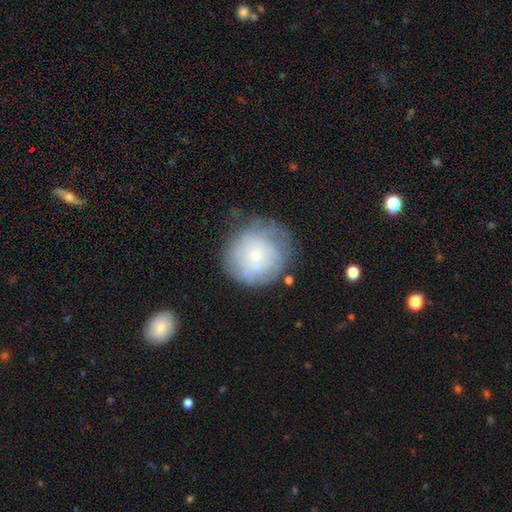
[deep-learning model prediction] This is possibly a smooth galaxy (48%). Merging: likely none (63%).